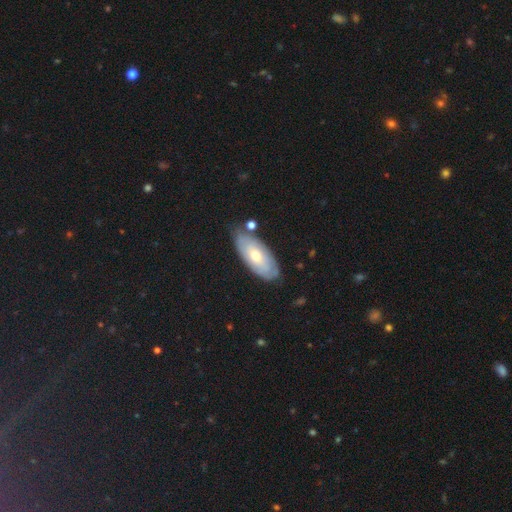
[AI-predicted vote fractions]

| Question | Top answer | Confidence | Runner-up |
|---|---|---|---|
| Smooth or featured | featured or disk | 47% | tied: smooth (47%) |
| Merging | none | 74% | minor disturbance (18%) |